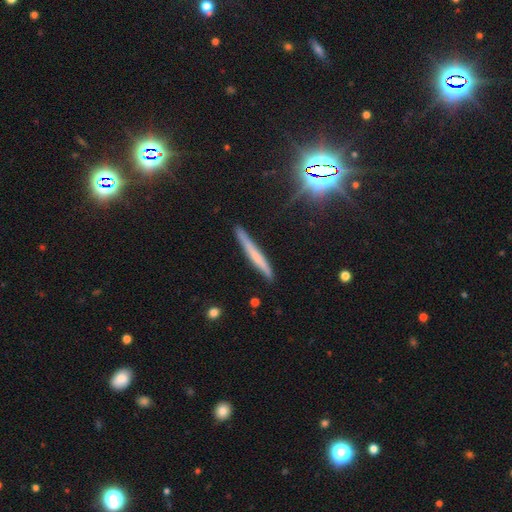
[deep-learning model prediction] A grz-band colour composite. It shows a smooth galaxy with no disk features (47%). Merging: none (85%).